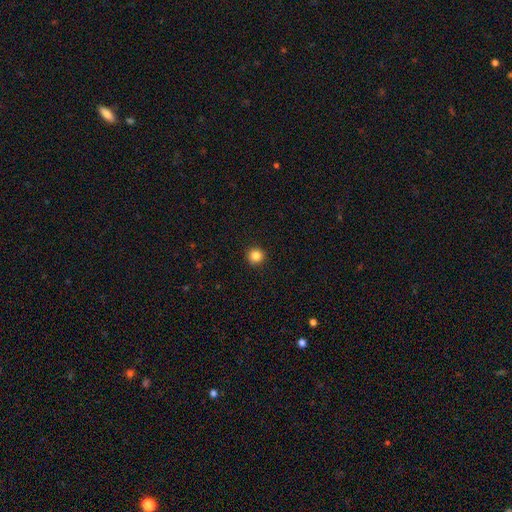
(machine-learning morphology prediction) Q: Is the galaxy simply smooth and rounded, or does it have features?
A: smooth — 85%.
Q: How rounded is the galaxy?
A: round — 95%.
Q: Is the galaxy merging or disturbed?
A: none — 93%.